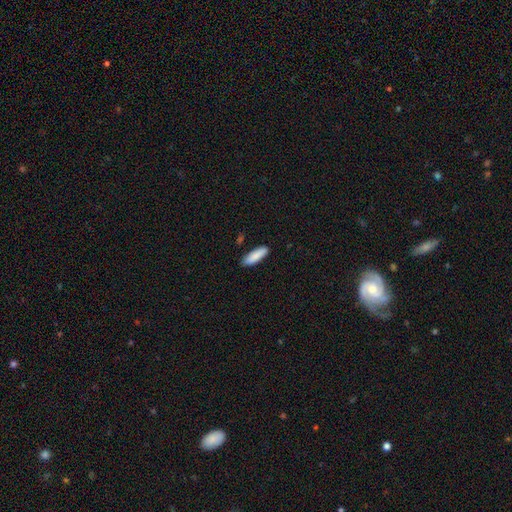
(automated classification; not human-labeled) Smooth or featured?
  - smooth: 88% *
  - featured or disk: 6%
  - star or artifact: 6%
How rounded?
  - in between: 50% *
  - cigar-shaped: 49%
  - round: 1%
Merging?
  - none: 87% *
  - minor disturbance: 9%
  - major disturbance: 2%
  - merger: 2%